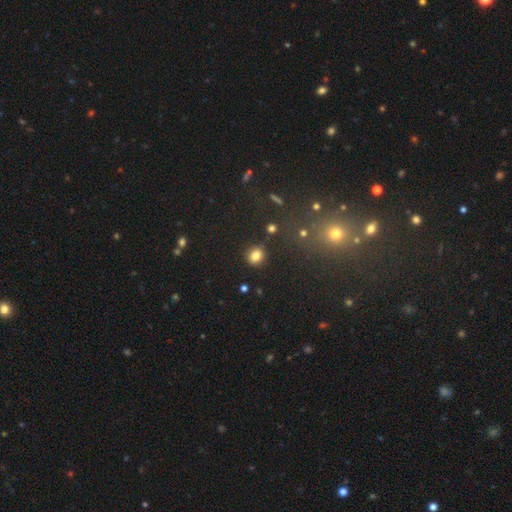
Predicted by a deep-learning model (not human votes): Smooth or featured? smooth (82%)
How rounded? round (75%)
Merging? none (84%)